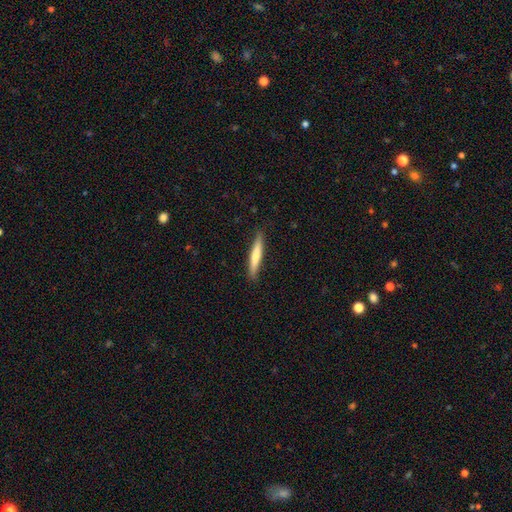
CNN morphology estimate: Smooth or featured? Predicted: smooth (p=0.65). How rounded? Predicted: cigar-shaped (p=0.94). Merging? Predicted: none (p=0.88).